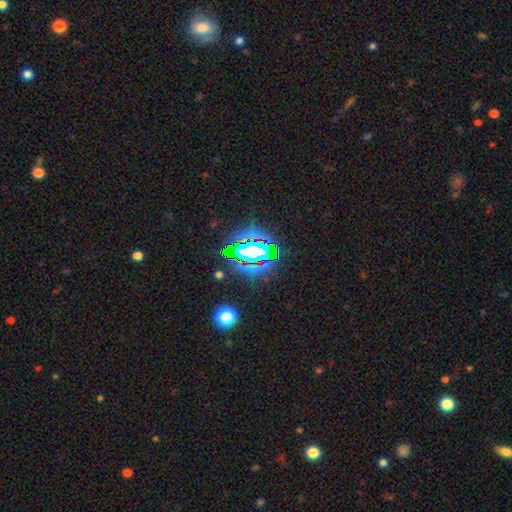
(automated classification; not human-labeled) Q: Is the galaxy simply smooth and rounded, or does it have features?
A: star or artifact — 67%.